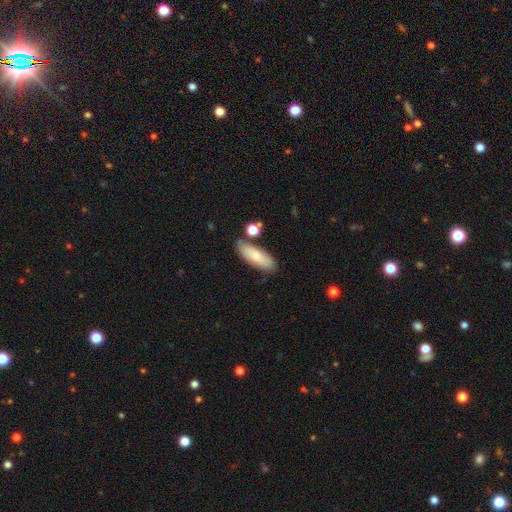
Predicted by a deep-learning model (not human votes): Smooth or featured: smooth — 79% (featured or disk — 14%)
How rounded: in between — 62% (cigar-shaped — 36%)
Merging: none — 75% (minor disturbance — 14%)